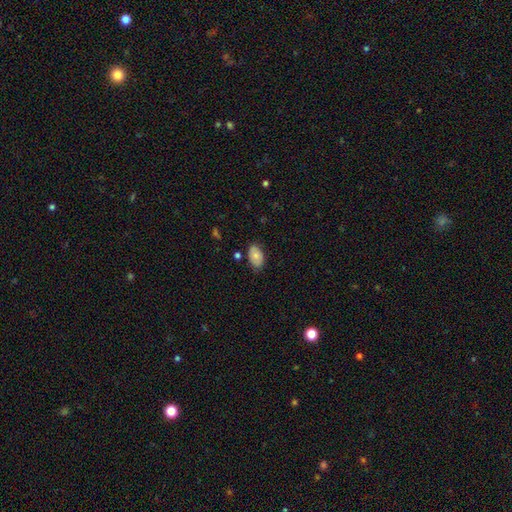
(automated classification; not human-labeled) A smooth galaxy with no disk features (78%) that is in between round and cigar-shaped (92%).

Vote fractions:
- Smooth or featured? smooth: 78% / featured or disk: 14% / star or artifact: 7%
- How rounded? in between: 92% / round: 7% / cigar-shaped: 1%
- Merging? none: 77% / minor disturbance: 18% / major disturbance: 3% / merger: 2%